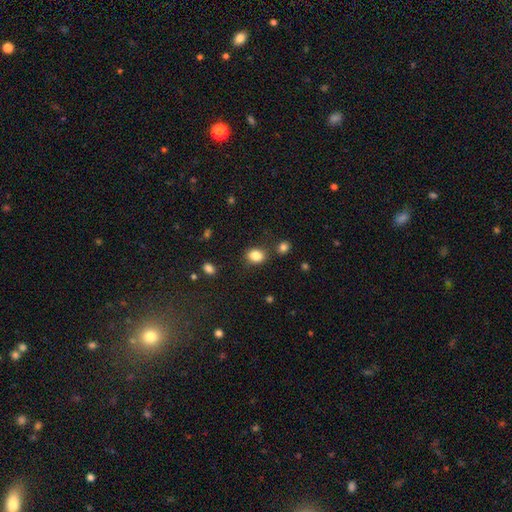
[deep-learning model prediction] Overall: smooth (84%). How rounded: in between (54%; round 45%). Merging: none (77%).